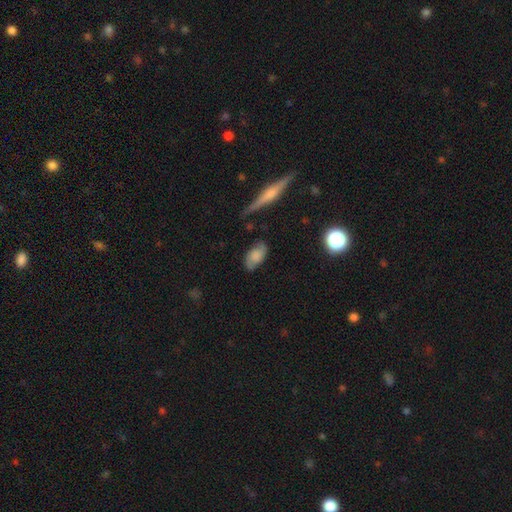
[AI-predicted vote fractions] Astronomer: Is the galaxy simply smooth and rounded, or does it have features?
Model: featured or disk — 49% (runner-up: smooth, 42%).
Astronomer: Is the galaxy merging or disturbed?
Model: none — 73%.